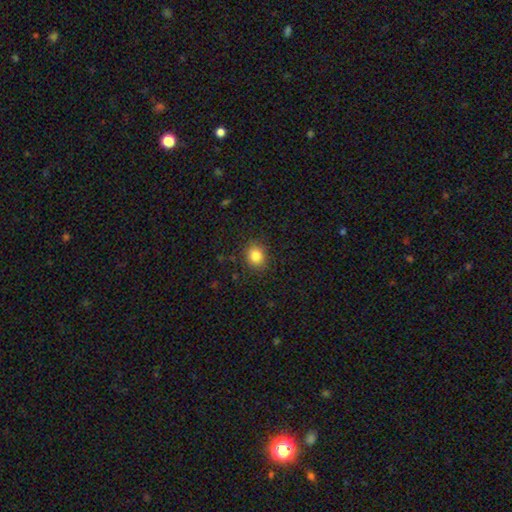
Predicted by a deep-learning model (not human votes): A smooth galaxy with no disk features (83%) that is round (70%).

Vote fractions:
- Smooth or featured? smooth: 83% / star or artifact: 11% / featured or disk: 6%
- How rounded? round: 70% / in between: 29% / cigar-shaped: 1%
- Merging? none: 87% / minor disturbance: 9% / major disturbance: 3% / merger: 1%